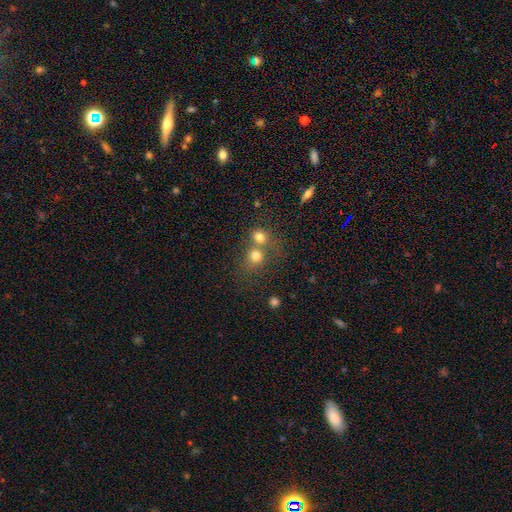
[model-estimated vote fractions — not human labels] Smooth or featured? Predicted: smooth (p=0.76). How rounded? Predicted: round (p=0.81). Merging? Predicted: merger (p=0.49).